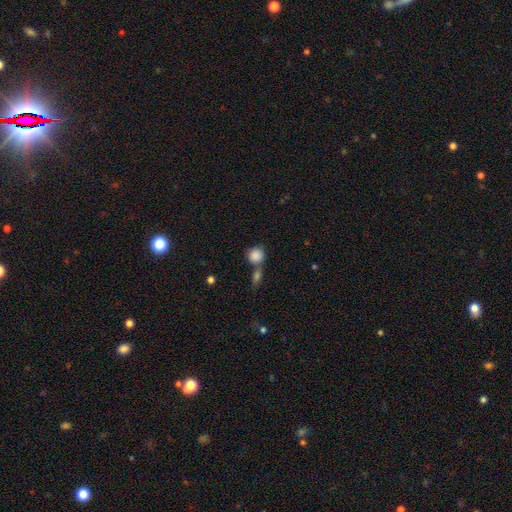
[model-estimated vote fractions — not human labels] This appears to be a smooth galaxy with no disk features (87%) that is round (84%). Merging: none (53%).